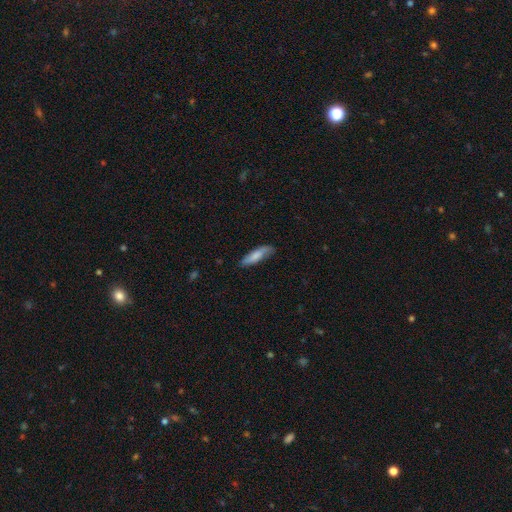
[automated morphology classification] Smooth or featured? Predicted: smooth (p=0.75). How rounded? Predicted: cigar-shaped (p=0.60). Merging? Predicted: none (p=0.70).